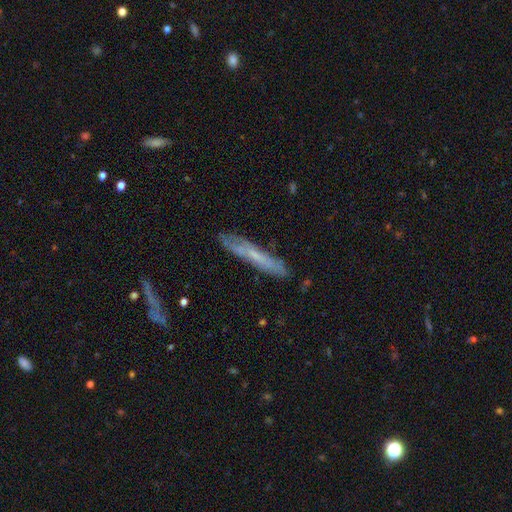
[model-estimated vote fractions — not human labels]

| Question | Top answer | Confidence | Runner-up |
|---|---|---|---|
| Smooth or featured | featured or disk | 51% | smooth (42%) |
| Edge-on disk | yes | 71% | no (29%) |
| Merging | none | 80% | minor disturbance (15%) |